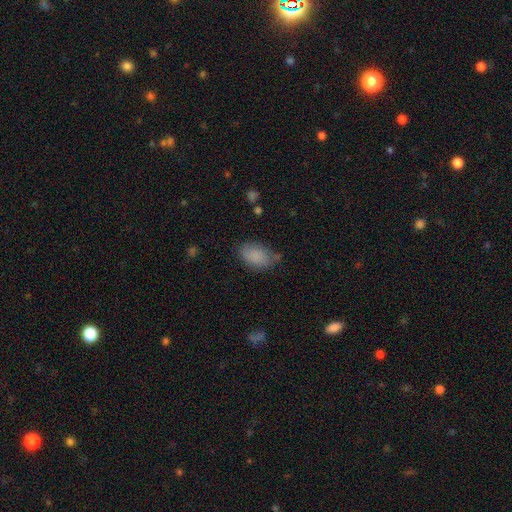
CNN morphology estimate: Smooth or featured: smooth — 85% (star or artifact — 8%)
How rounded: in between — 89% (round — 9%)
Merging: none — 66% (minor disturbance — 24%)